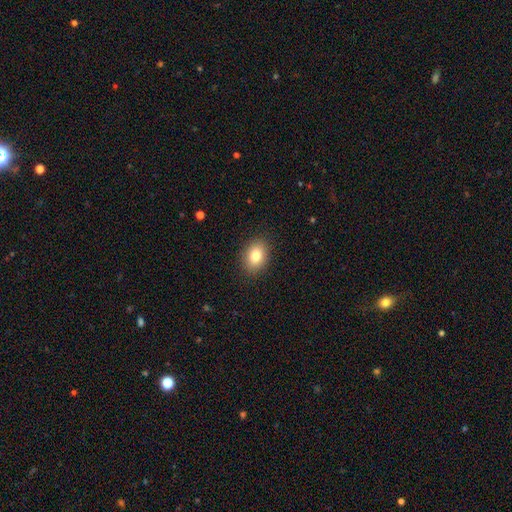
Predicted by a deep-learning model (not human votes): Smooth or featured? smooth (82%)
How rounded? in between (70%)
Merging? none (89%)